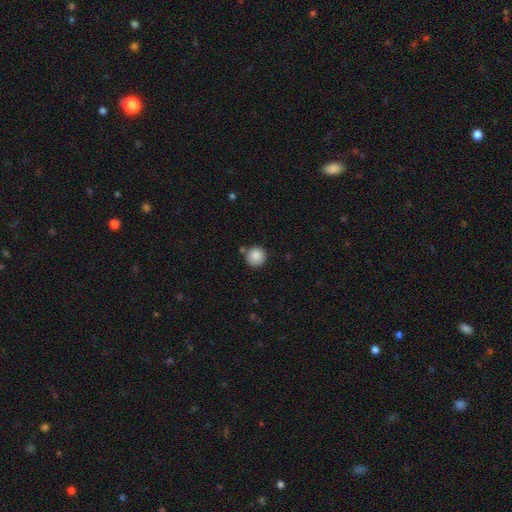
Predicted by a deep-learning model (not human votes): Overall: smooth (88%). How rounded: round (94%). Merging: none (81%).